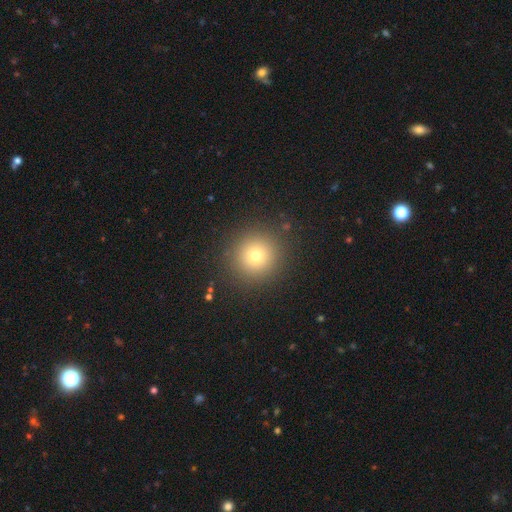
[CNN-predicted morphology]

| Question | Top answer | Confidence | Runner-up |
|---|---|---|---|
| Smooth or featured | smooth | 72% | star or artifact (18%) |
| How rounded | round | 95% | in between (5%) |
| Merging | none | 90% | minor disturbance (6%) |